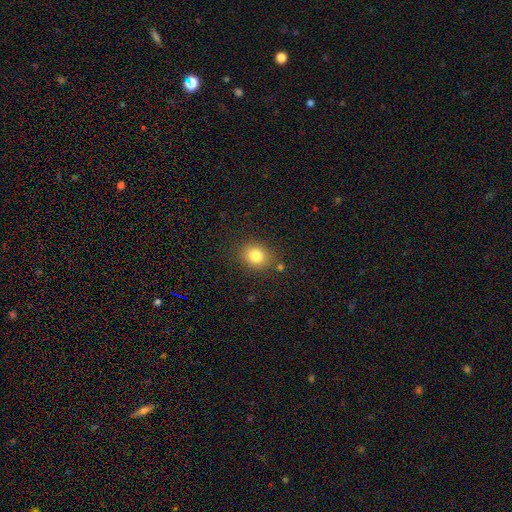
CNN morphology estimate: Smooth or featured? Predicted: smooth (p=0.82). How rounded? Predicted: round (p=0.64). Merging? Predicted: none (p=0.83).